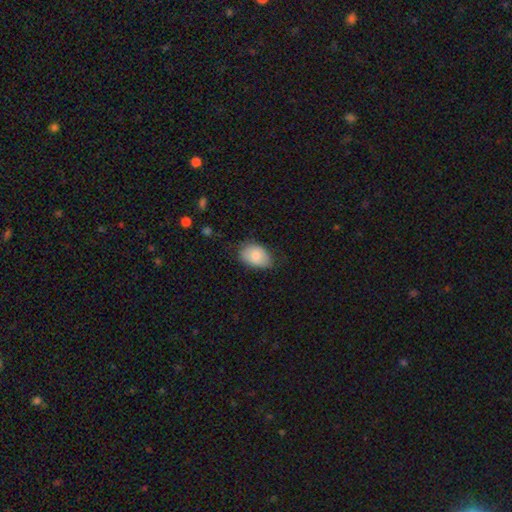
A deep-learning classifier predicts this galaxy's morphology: Overall: smooth (80%). How rounded: in between (85%). Merging: none (72%).